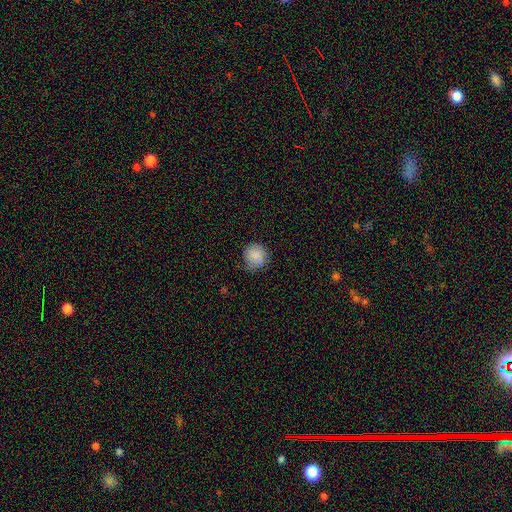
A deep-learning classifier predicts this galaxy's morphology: Smooth or featured? smooth (87%)
How rounded? round (91%)
Merging? none (75%)